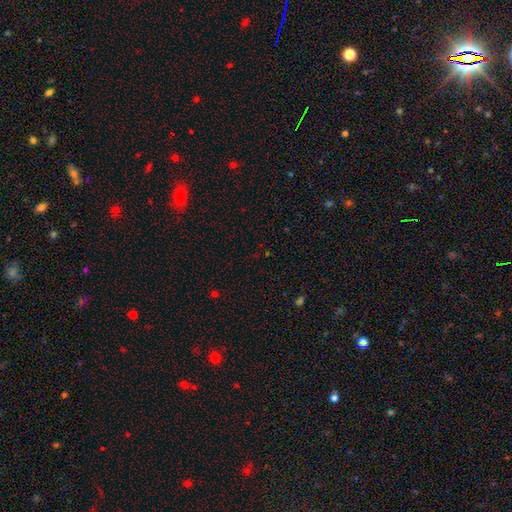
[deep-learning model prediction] star or artifact 64%, smooth 29%, featured or disk 7%.